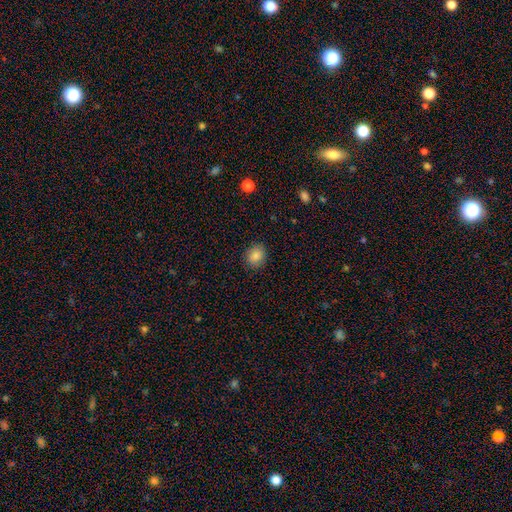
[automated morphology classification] smooth 85%, star or artifact 9%, featured or disk 6%. Down the decision tree: how rounded — round (62%); merging — none (87%).